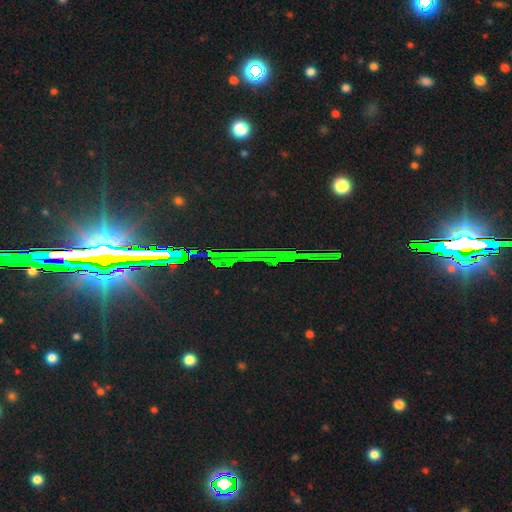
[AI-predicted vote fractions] A star or artifact, not a galaxy (84%).